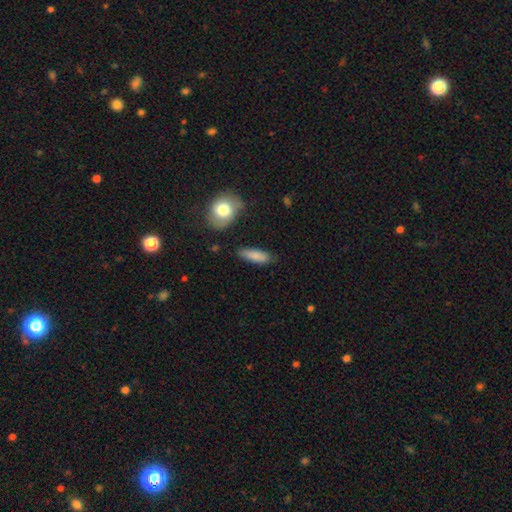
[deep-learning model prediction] The model was most divided on "how rounded": in between: 54%, cigar-shaped: 44%, round: 3%. More confident: smooth or featured — smooth (83%); merging — none (77%).